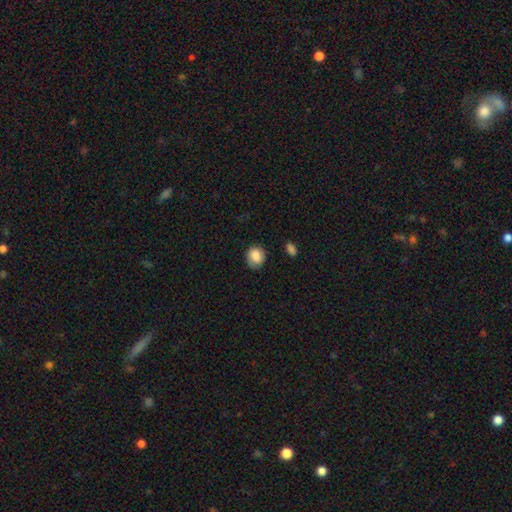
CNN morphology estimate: Smooth or featured: smooth — 83% (featured or disk — 9%)
How rounded: round — 66% (in between — 33%)
Merging: none — 71% (minor disturbance — 22%)